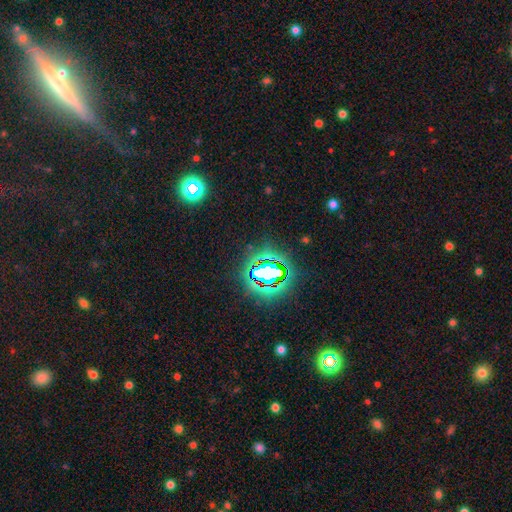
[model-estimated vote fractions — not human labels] A star or artifact, not a galaxy (75%).

Vote fractions:
- Smooth or featured? star or artifact: 75% / smooth: 13% / featured or disk: 11%